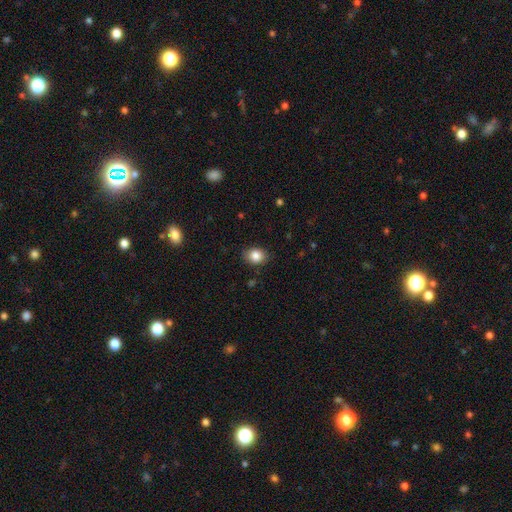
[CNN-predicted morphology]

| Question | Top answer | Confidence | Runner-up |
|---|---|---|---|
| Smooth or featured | smooth | 85% | star or artifact (9%) |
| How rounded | in between | 57% | round (42%) |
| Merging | none | 86% | minor disturbance (11%) |